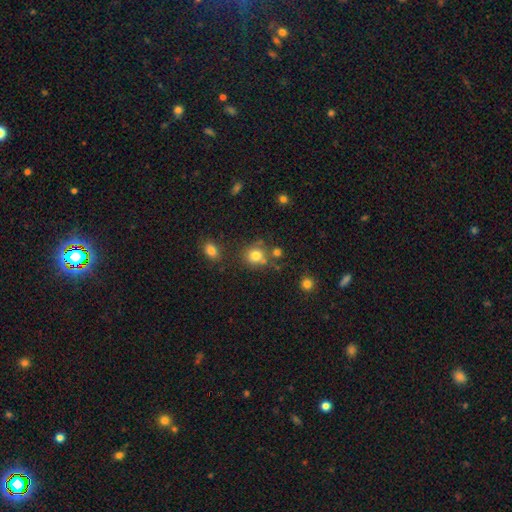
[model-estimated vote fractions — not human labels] Smooth or featured? Predicted: smooth (p=0.79). How rounded? Predicted: round (p=0.84). Merging? Predicted: none (p=0.66).